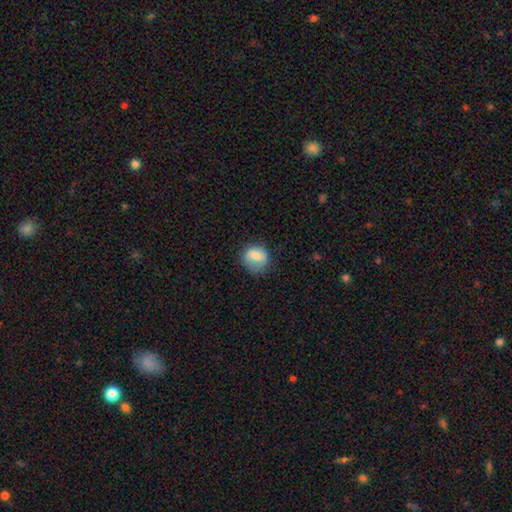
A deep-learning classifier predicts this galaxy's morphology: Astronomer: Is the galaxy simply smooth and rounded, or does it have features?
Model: smooth — 75%.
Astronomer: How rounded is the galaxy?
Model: round — 72%.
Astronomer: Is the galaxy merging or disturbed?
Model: none — 64%.